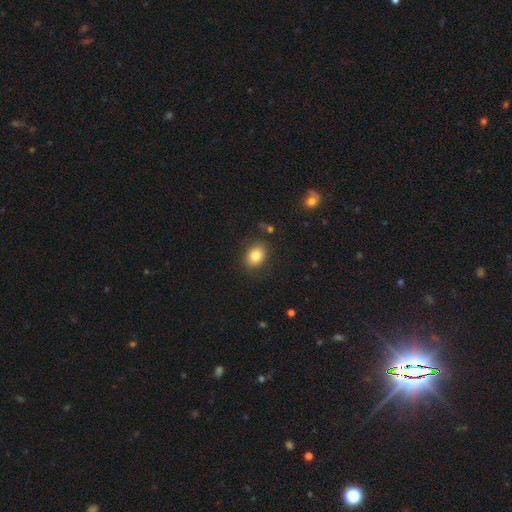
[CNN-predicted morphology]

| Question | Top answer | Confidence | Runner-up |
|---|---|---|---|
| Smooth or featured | smooth | 82% | star or artifact (10%) |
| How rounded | in between | 61% | round (38%) |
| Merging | none | 86% | minor disturbance (10%) |